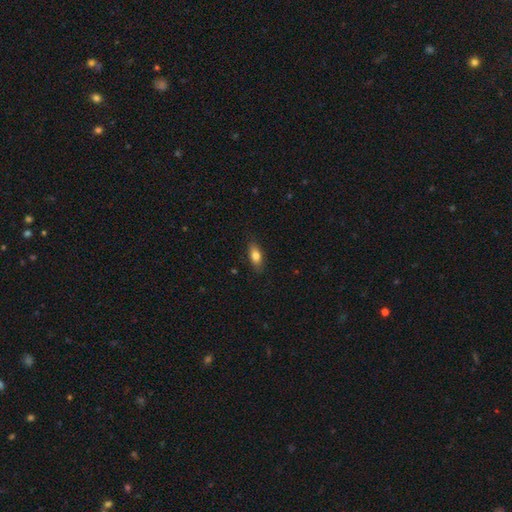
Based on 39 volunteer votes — smooth_or_featured: smooth (p=0.82) [alt: featured or disk p=0.10]
how_rounded: in between (p=0.91) [alt: cigar-shaped p=0.09]
merging: none (p=0.78) [alt: minor disturbance p=0.17]